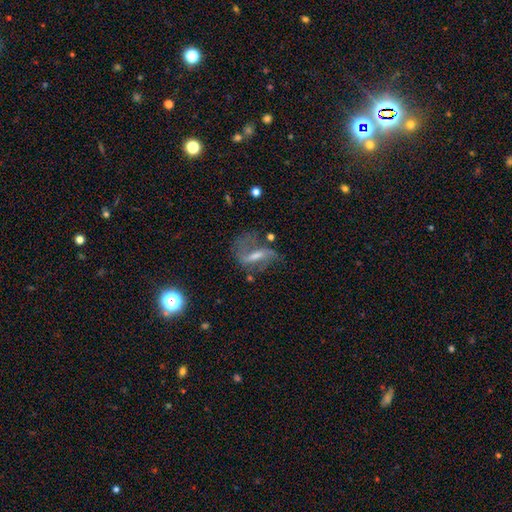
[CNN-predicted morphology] Smooth or featured: featured or disk — 67% (smooth — 20%)
Edge-on disk: no — 90% (yes — 10%)
Bar: weak — 40% (strong — 39%)
Spiral arms: yes — 74% (no — 26%)
Bulge size: small — 39% (tied with moderate — 39%)
Merging: none — 45% (major disturbance — 30%)